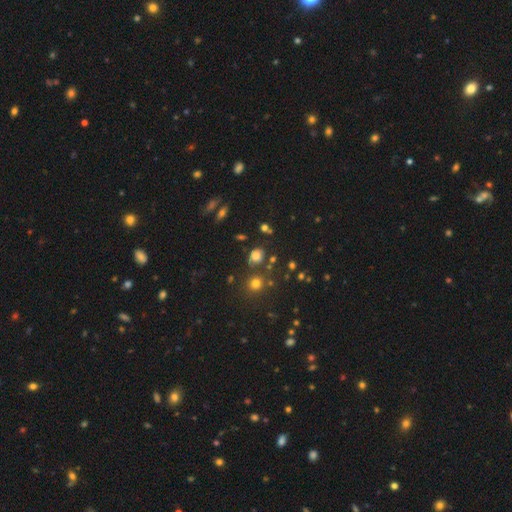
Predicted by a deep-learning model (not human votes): smooth 73%, star or artifact 19%, featured or disk 7%. Down the decision tree: how rounded — round (58%); merging — none (73%).